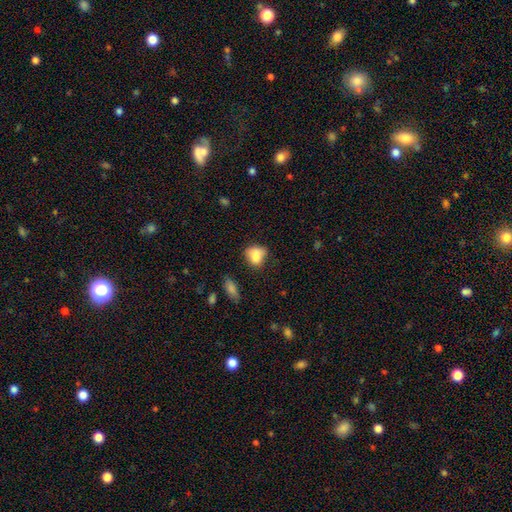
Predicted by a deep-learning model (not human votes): Smooth or featured? Predicted: smooth (p=0.79). How rounded? Predicted: in between (p=0.50). Merging? Predicted: none (p=0.47).